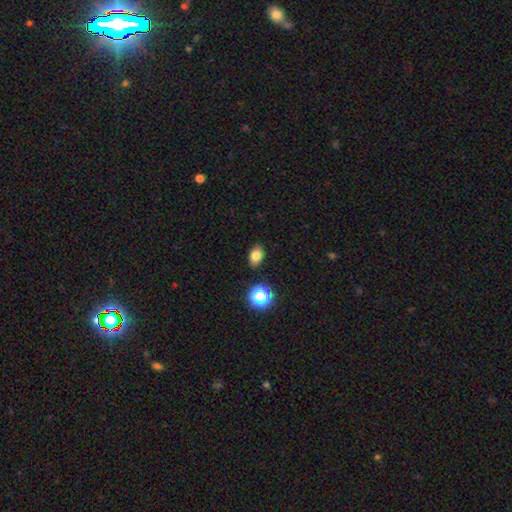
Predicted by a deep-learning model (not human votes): smooth_or_featured: smooth (p=0.79) [alt: star or artifact p=0.14]
how_rounded: in between (p=0.79) [alt: round p=0.20]
merging: none (p=0.86) [alt: minor disturbance p=0.10]